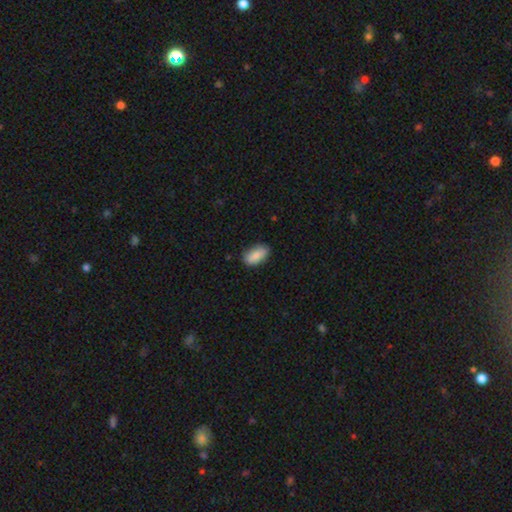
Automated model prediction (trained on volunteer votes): Morphology: type=smooth (87%); roundness=in between (92%); merging=none (79%).